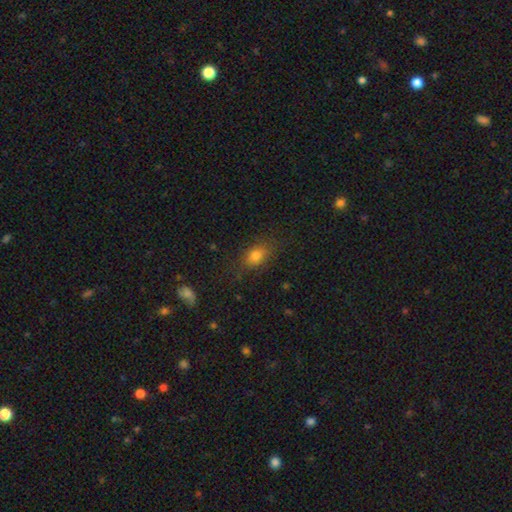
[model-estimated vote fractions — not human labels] Q: Smooth or featured?
A: smooth (77%); runner-up: star or artifact (13%)
Q: How rounded?
A: in between (70%); runner-up: round (27%)
Q: Merging?
A: none (77%); runner-up: minor disturbance (16%)